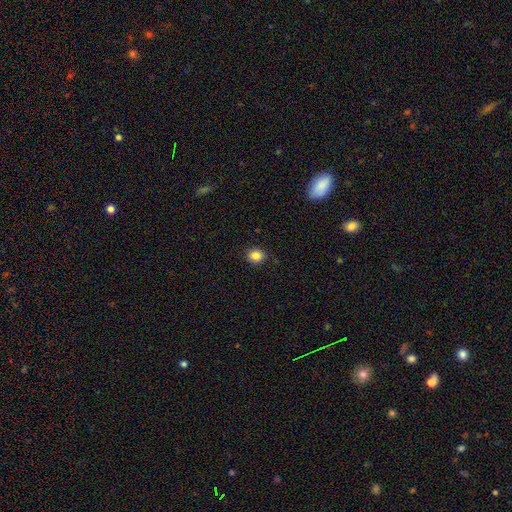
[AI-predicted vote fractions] smooth_or_featured: smooth (p=0.85) [alt: star or artifact p=0.11]
how_rounded: round (p=0.80) [alt: in between p=0.19]
merging: none (p=0.89) [alt: minor disturbance p=0.08]